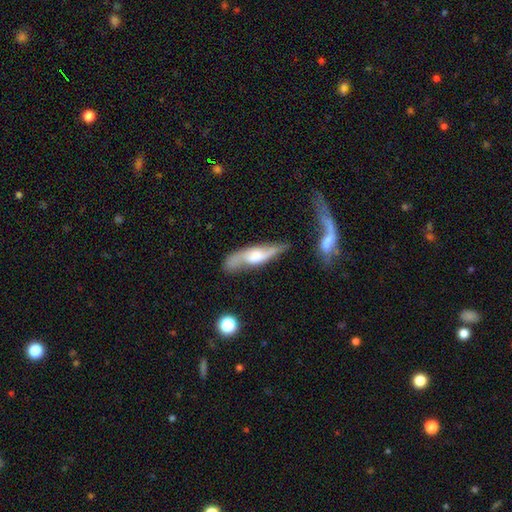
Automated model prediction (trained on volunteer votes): Smooth or featured: featured or disk — 71% (smooth — 23%)
Edge-on disk: no — 55% (yes — 45%)
Merging: none — 56% (minor disturbance — 21%)